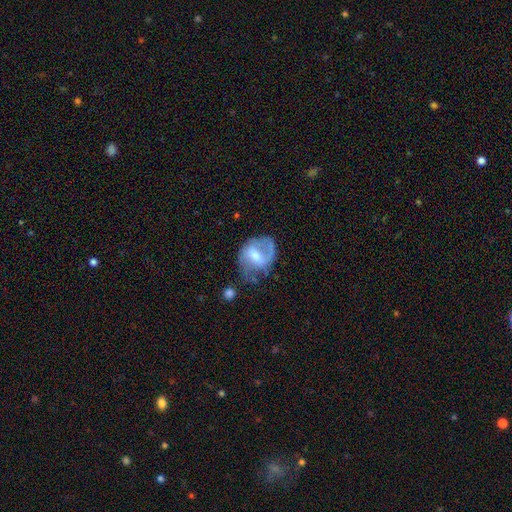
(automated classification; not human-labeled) A featured or disk galaxy (63%) with a weak bar (51%), spiral arms (76%) and a moderate central bulge (52%).

Vote fractions:
- Smooth or featured? featured or disk: 63% / smooth: 30% / star or artifact: 7%
- Edge-on disk? no: 97% / yes: 3%
- Bar? weak: 51% / no: 26% / strong: 23%
- Spiral arms? yes: 76% / no: 24%
- Bulge size? moderate: 52% / small: 37% / large: 5% / none: 4% / dominant: 1%
- Merging? none: 43% / minor disturbance: 29% / major disturbance: 24% / merger: 4%